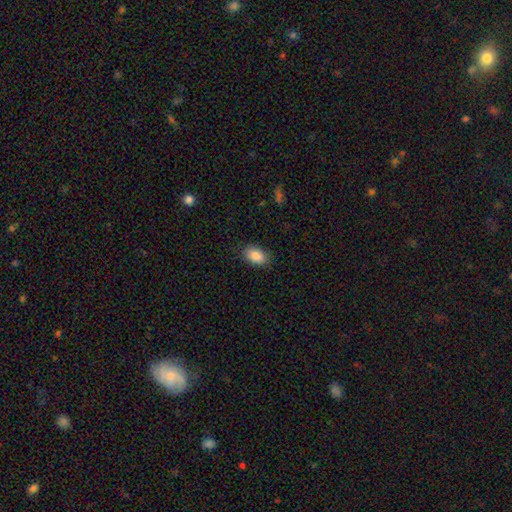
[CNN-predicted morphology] Q: Smooth or featured?
A: smooth (88%); runner-up: star or artifact (7%)
Q: How rounded?
A: in between (91%); runner-up: round (8%)
Q: Merging?
A: none (87%); runner-up: minor disturbance (9%)